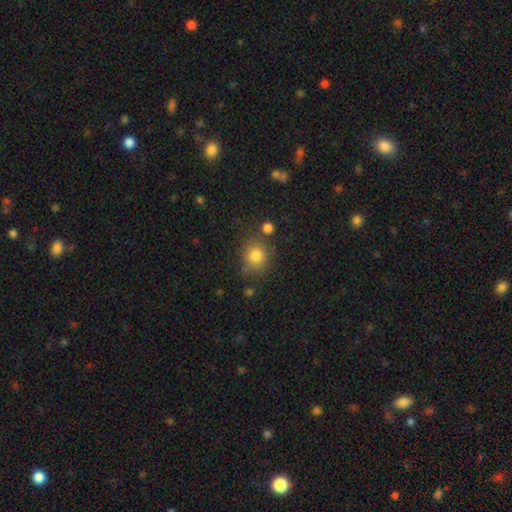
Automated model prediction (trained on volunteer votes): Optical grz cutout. It shows a smooth galaxy with no disk features (80%) that is round (78%). Merging: none (70%).